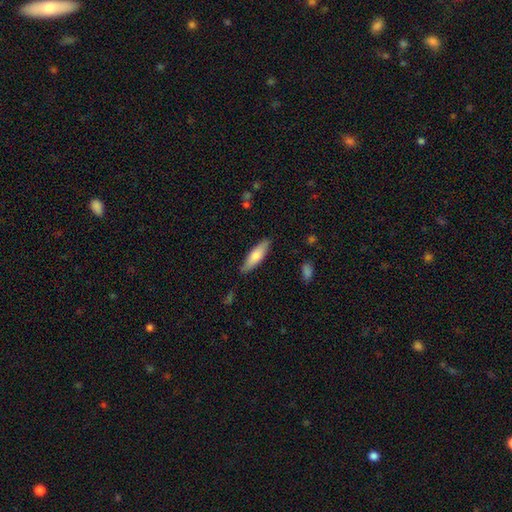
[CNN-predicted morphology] type=smooth (71%); roundness=cigar-shaped (60%); merging=none (85%).